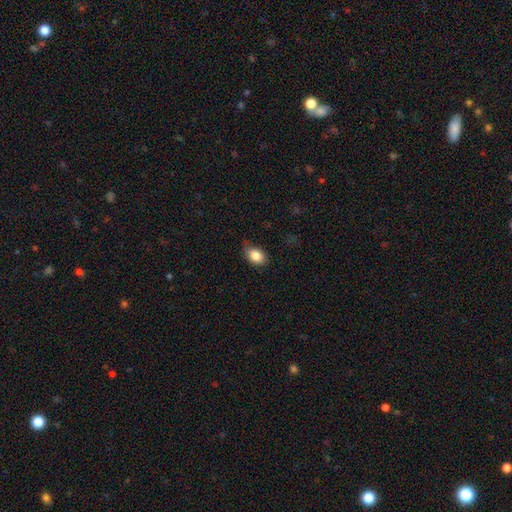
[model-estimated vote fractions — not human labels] This is clearly a smooth galaxy (85%). How rounded: likely in between (78%). Merging: likely none (63%).